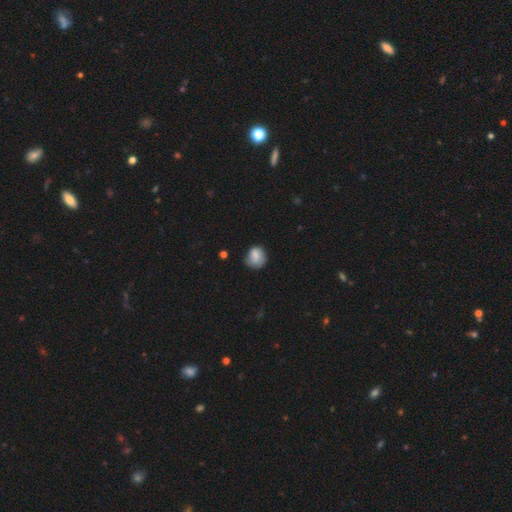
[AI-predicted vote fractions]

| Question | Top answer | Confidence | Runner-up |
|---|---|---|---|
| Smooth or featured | smooth | 76% | featured or disk (16%) |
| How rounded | round | 73% | in between (26%) |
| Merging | none | 57% | minor disturbance (31%) |